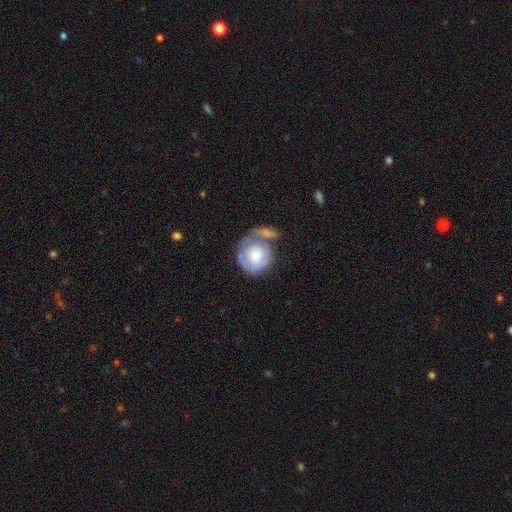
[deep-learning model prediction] Smooth or featured?
  - smooth: 48% *
  - featured or disk: 47%
  - star or artifact: 5%
Merging?
  - merger: 38% *
  - none: 29%
  - minor disturbance: 18%
  - major disturbance: 15%